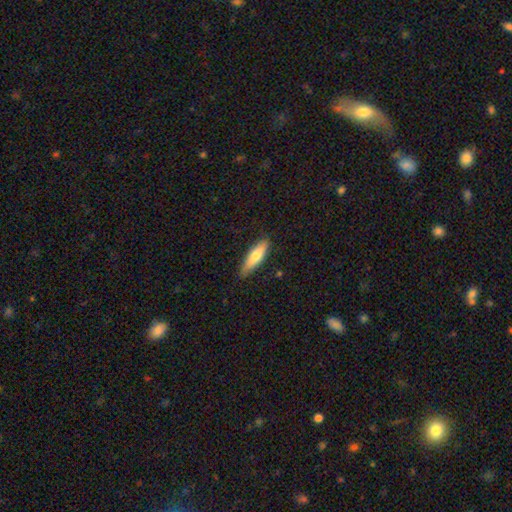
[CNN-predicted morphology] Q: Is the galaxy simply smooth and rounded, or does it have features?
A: smooth — 71%.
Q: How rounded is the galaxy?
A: cigar-shaped — 64%.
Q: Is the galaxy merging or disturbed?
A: none — 84%.